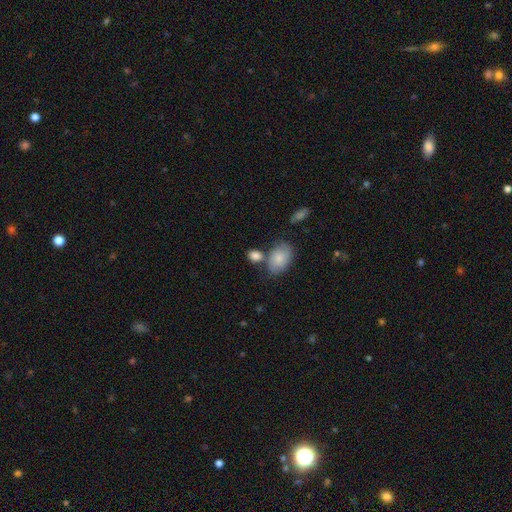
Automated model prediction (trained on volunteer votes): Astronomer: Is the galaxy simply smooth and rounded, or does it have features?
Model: smooth — 83%.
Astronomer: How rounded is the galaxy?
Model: in between — 62%.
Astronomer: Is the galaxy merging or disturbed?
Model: none — 53%.